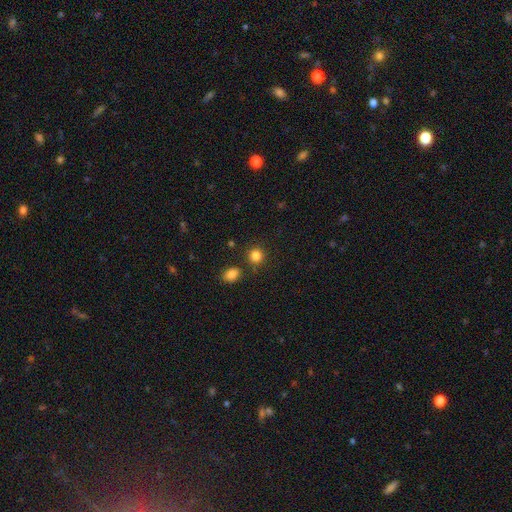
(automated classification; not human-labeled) A smooth galaxy with no disk features (84%) that is round (86%). Merging: none (80%).